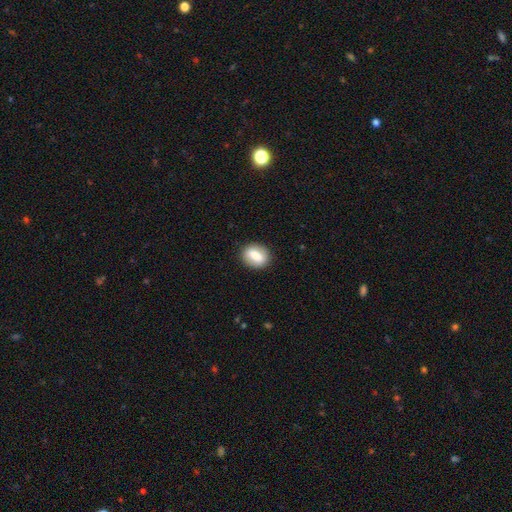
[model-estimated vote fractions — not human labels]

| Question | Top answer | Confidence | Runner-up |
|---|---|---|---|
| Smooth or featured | smooth | 73% | featured or disk (20%) |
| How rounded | in between | 61% | round (36%) |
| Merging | none | 88% | minor disturbance (9%) |